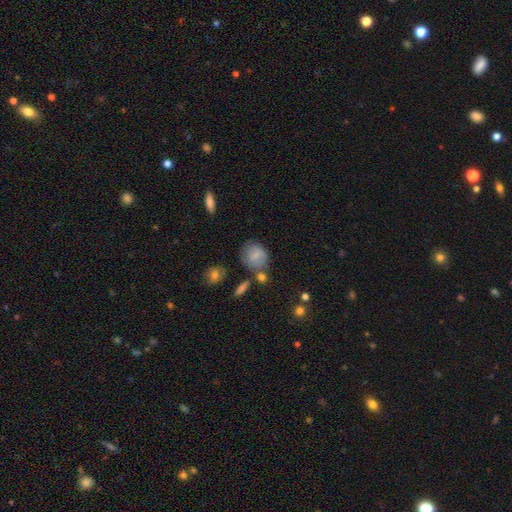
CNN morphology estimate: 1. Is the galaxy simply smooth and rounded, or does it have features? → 72% smooth, 19% featured or disk, 9% star or artifact.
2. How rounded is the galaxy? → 54% round, 44% in between, 2% cigar-shaped.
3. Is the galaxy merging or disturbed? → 58% none, 20% minor disturbance, 13% merger, 8% major disturbance.